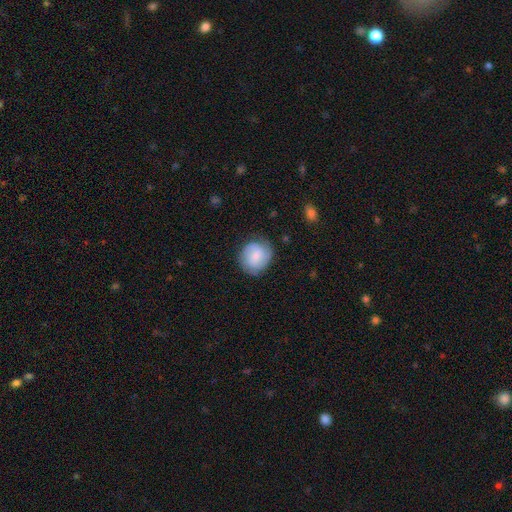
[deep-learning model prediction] A smooth galaxy with no disk features (64%) that is round (77%).

Vote fractions:
- Smooth or featured? smooth: 64% / featured or disk: 30% / star or artifact: 7%
- How rounded? round: 77% / in between: 22% / cigar-shaped: 1%
- Merging? none: 73% / minor disturbance: 20% / major disturbance: 6% / merger: 1%